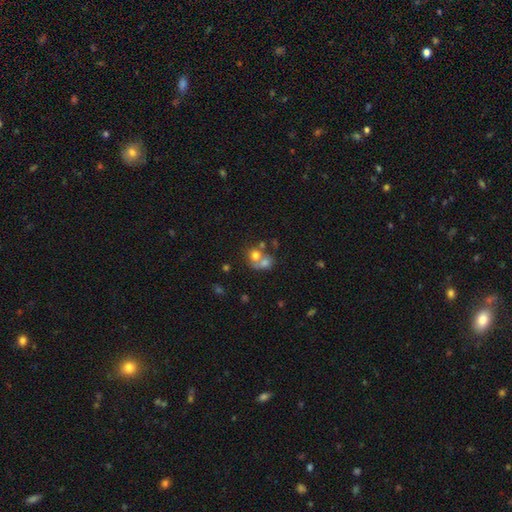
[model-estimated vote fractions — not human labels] Smooth or featured?
  - smooth: 66% *
  - featured or disk: 21%
  - star or artifact: 12%
How rounded?
  - round: 71% *
  - in between: 28%
  - cigar-shaped: 1%
Merging?
  - merger: 59% *
  - none: 29%
  - minor disturbance: 7%
  - major disturbance: 5%